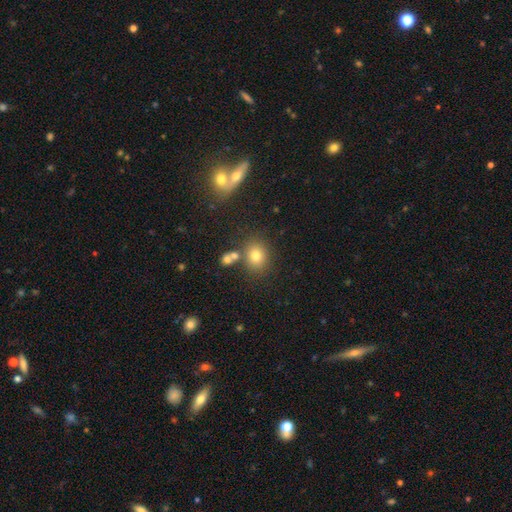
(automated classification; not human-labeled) Q: Smooth or featured?
A: smooth (75%); runner-up: star or artifact (15%)
Q: How rounded?
A: round (61%); runner-up: in between (38%)
Q: Merging?
A: none (72%); runner-up: merger (13%)